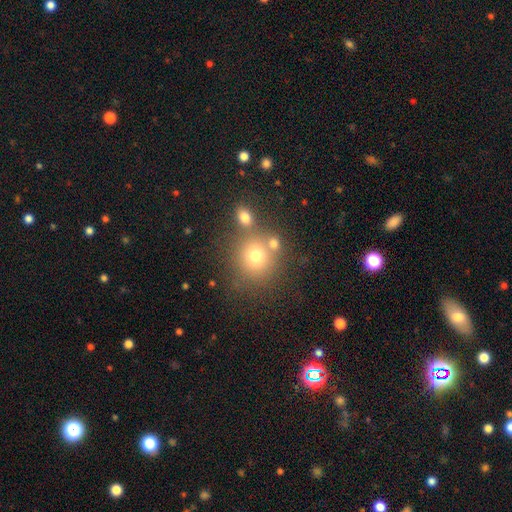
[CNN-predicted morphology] A smooth galaxy with no disk features (71%) that is round (86%).

Vote fractions:
- Smooth or featured? smooth: 71% / star or artifact: 16% / featured or disk: 13%
- How rounded? round: 86% / in between: 13% / cigar-shaped: 1%
- Merging? none: 63% / merger: 23% / minor disturbance: 10% / major disturbance: 4%